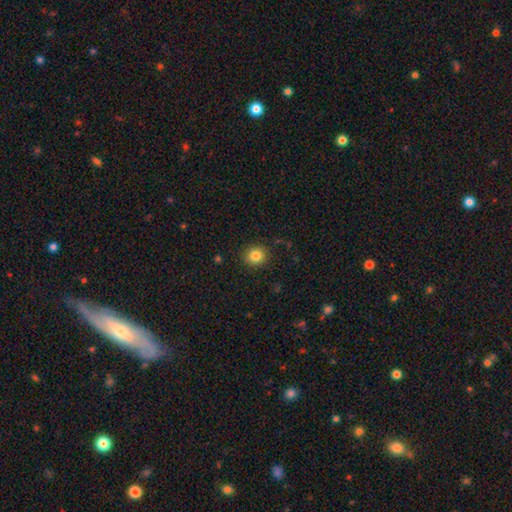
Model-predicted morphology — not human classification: smooth-or-featured: smooth: 83% | star or artifact: 11% | featured or disk: 6%
  how-rounded: round: 86% | in between: 13% | cigar-shaped: 1%
  merging: none: 90% | minor disturbance: 7% | major disturbance: 2% | merger: 1%